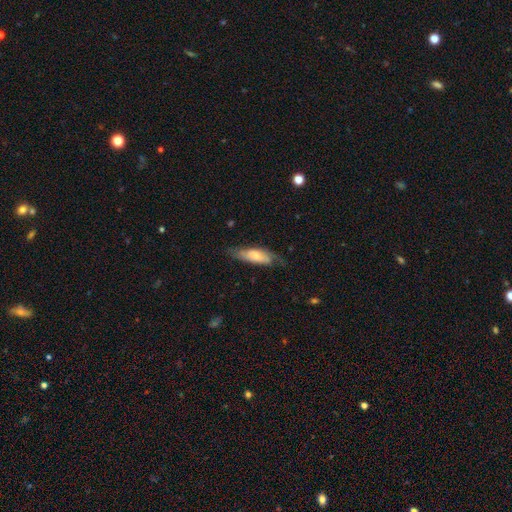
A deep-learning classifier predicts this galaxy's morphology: Smooth or featured?
  - smooth: 57% *
  - featured or disk: 36%
  - star or artifact: 6%
How rounded?
  - in between: 56% *
  - cigar-shaped: 42%
  - round: 2%
Merging?
  - none: 59% *
  - minor disturbance: 27%
  - major disturbance: 12%
  - merger: 2%